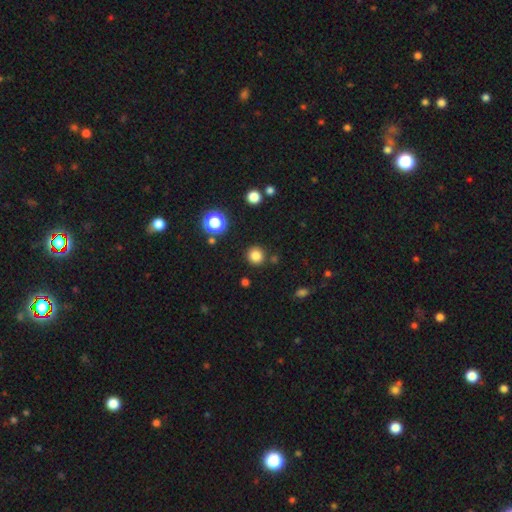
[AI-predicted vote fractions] Morphology: type=smooth (82%); roundness=round (93%); merging=none (88%).